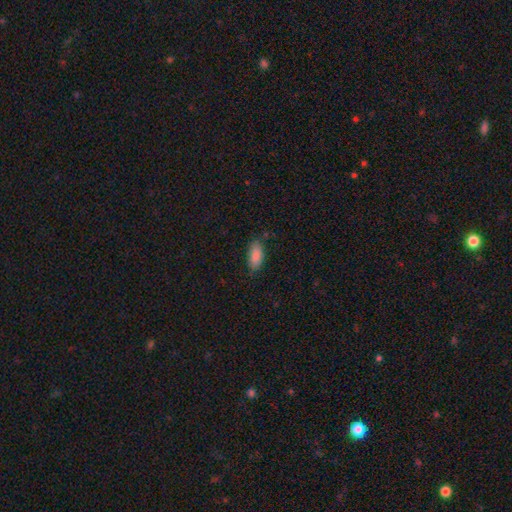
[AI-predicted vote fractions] Morphology: type=smooth (86%); roundness=in between (88%); merging=none (79%).